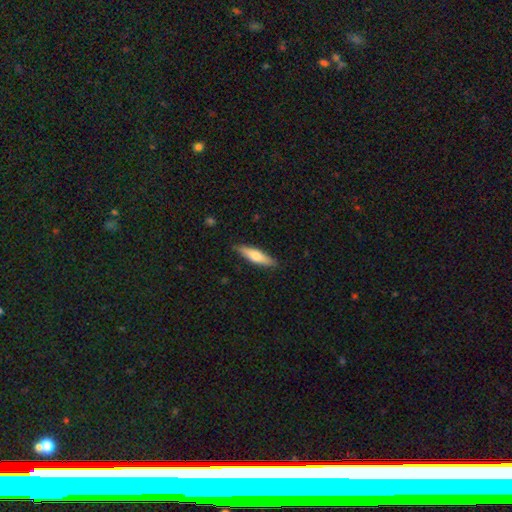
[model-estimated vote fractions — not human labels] A smooth galaxy with no disk features (61%) that is cigar-shaped (71%). Merging: none (87%).